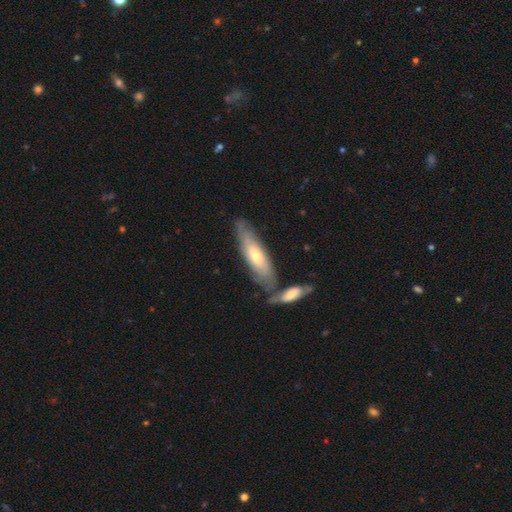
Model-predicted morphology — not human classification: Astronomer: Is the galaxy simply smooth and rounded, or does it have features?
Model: featured or disk — 52% (runner-up: smooth, 42%).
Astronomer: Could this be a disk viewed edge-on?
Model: no — 55% (runner-up: yes, 45%).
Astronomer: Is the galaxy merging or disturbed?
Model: none — 62%.